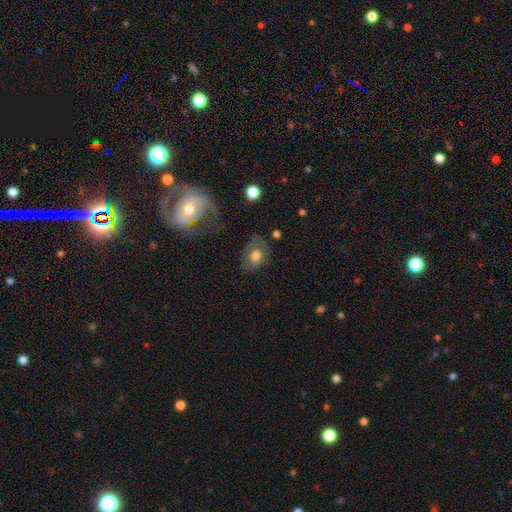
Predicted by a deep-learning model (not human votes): Smooth or featured: smooth — 60% (featured or disk — 30%)
How rounded: in between — 61% (round — 38%)
Merging: none — 61% (minor disturbance — 22%)